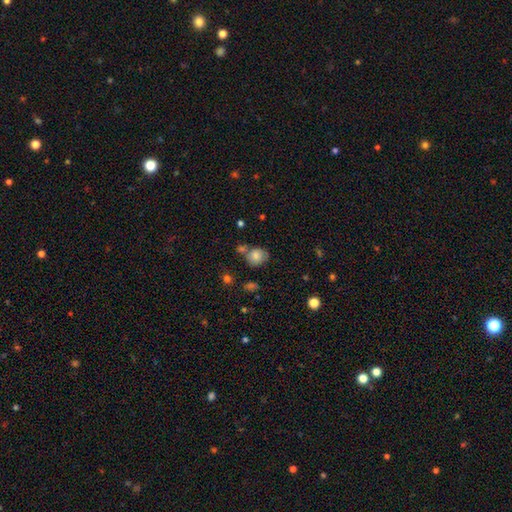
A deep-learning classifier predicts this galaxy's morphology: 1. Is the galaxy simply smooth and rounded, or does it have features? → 79% smooth, 12% featured or disk, 10% star or artifact.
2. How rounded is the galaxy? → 69% round, 30% in between, 1% cigar-shaped.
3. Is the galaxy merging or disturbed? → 55% none, 19% minor disturbance, 19% merger, 6% major disturbance.